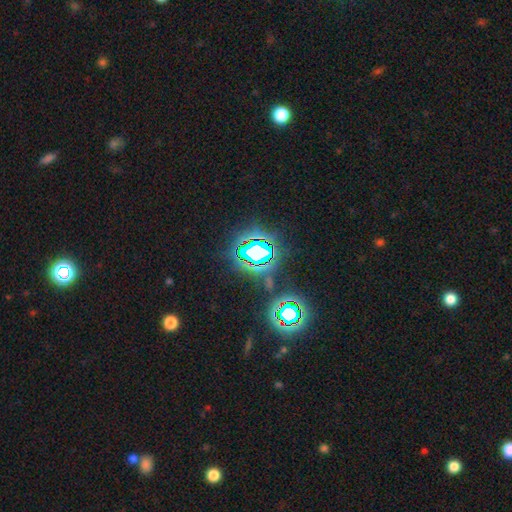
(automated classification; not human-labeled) Overall: star or artifact (71%).